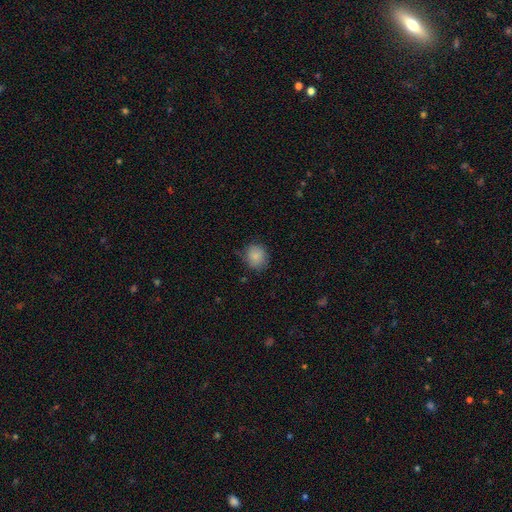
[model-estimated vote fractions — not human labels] Smooth or featured: smooth — 85% (star or artifact — 9%)
How rounded: round — 74% (in between — 25%)
Merging: none — 77% (minor disturbance — 18%)